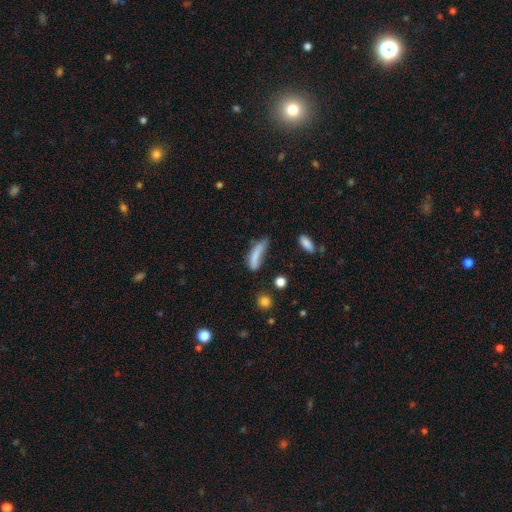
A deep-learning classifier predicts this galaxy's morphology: The model was most divided on "merging": none: 35%, minor disturbance: 33%, major disturbance: 24%, merger: 9%. More confident: smooth or featured — smooth (72%); how rounded — cigar-shaped (62%).